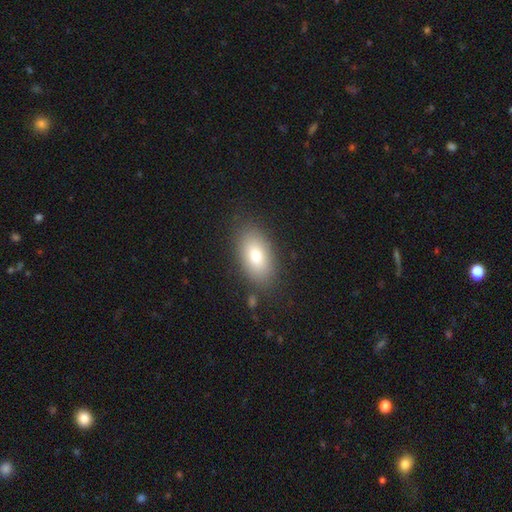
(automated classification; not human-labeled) Q: Smooth or featured?
A: smooth (78%); runner-up: featured or disk (13%)
Q: How rounded?
A: in between (91%); runner-up: round (6%)
Q: Merging?
A: none (84%); runner-up: minor disturbance (10%)